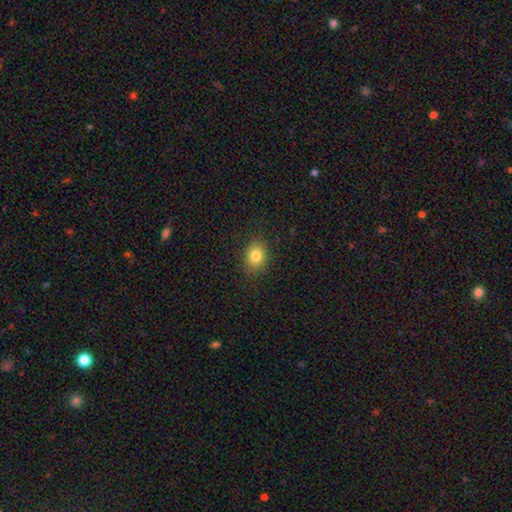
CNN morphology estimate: Q: Smooth or featured?
A: smooth (82%); runner-up: star or artifact (11%)
Q: How rounded?
A: round (52%); runner-up: in between (47%)
Q: Merging?
A: none (86%); runner-up: minor disturbance (10%)